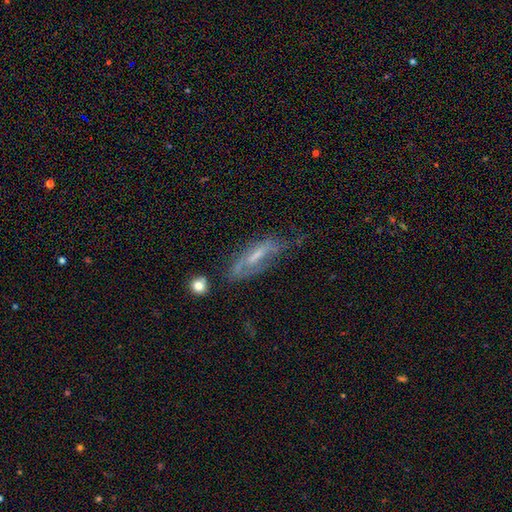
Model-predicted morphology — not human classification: featured or disk 60%, smooth 30%, star or artifact 10%. Down the decision tree: edge-on disk — no (65%); merging — none (48%).